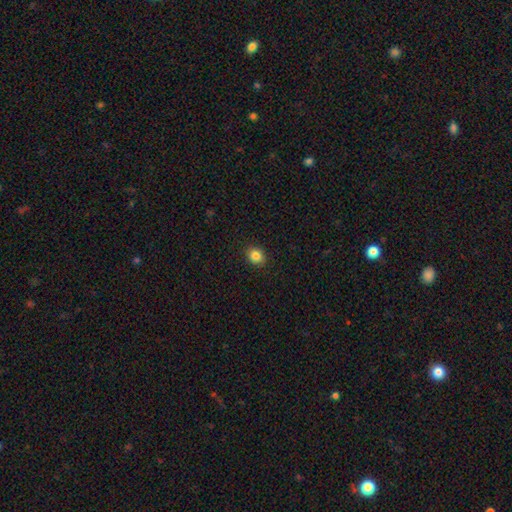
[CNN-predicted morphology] A smooth galaxy with no disk features (85%) that is round (62%).

Vote fractions:
- Smooth or featured? smooth: 85% / star or artifact: 10% / featured or disk: 4%
- How rounded? round: 62% / in between: 37% / cigar-shaped: 1%
- Merging? none: 91% / minor disturbance: 6% / major disturbance: 2% / merger: 1%